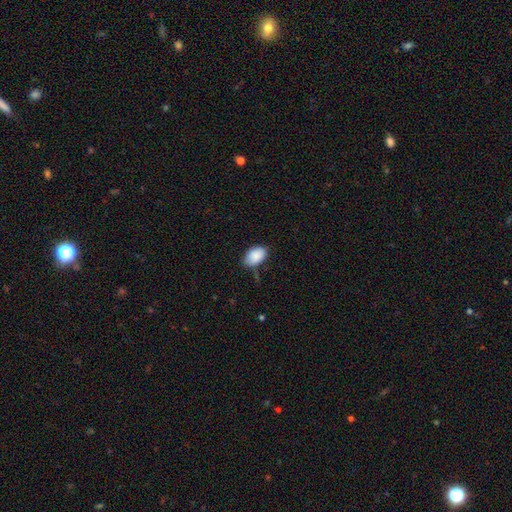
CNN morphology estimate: Smooth or featured?
  - smooth: 88% *
  - star or artifact: 7%
  - featured or disk: 5%
How rounded?
  - in between: 91% *
  - round: 8%
  - cigar-shaped: 1%
Merging?
  - none: 68% *
  - minor disturbance: 25%
  - major disturbance: 4%
  - merger: 2%